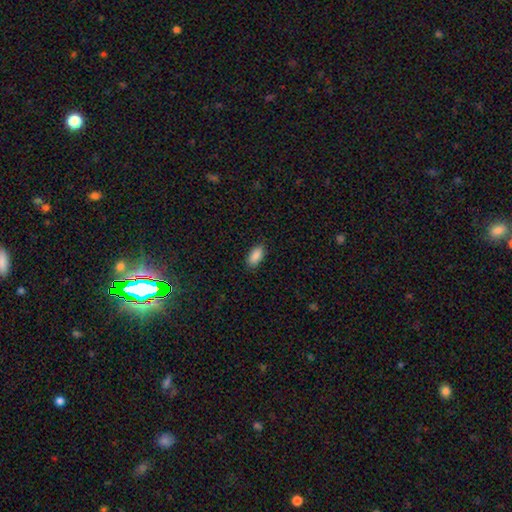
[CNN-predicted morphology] This is clearly a smooth galaxy (89%). How rounded: clearly in between (92%). Merging: clearly none (87%).